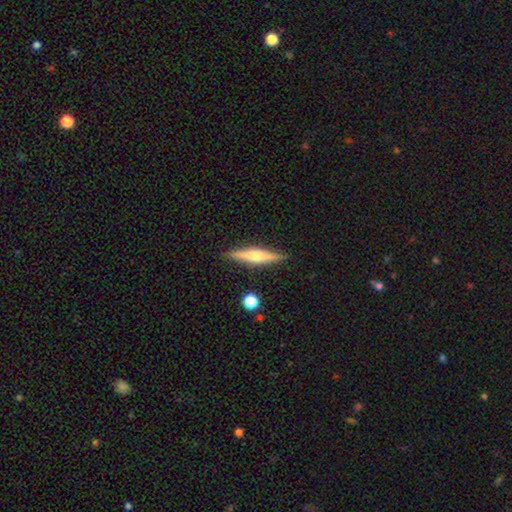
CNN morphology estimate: The model was most divided on "smooth or featured": featured or disk: 52%, smooth: 42%, star or artifact: 7%. More confident: edge-on disk — yes (96%); merging — none (89%).